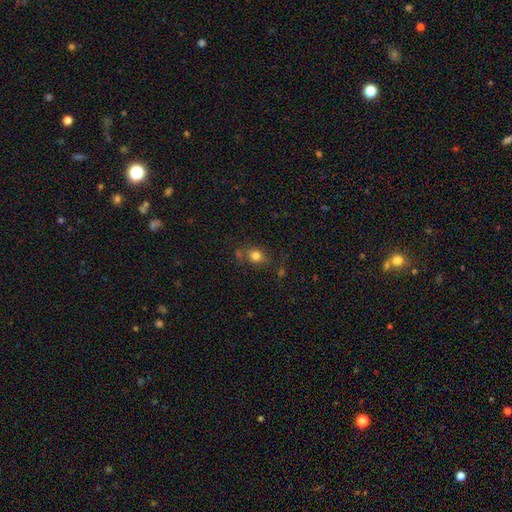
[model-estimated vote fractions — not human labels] This is likely a smooth galaxy (79%). How rounded: likely round (64%). Merging: likely none (68%).